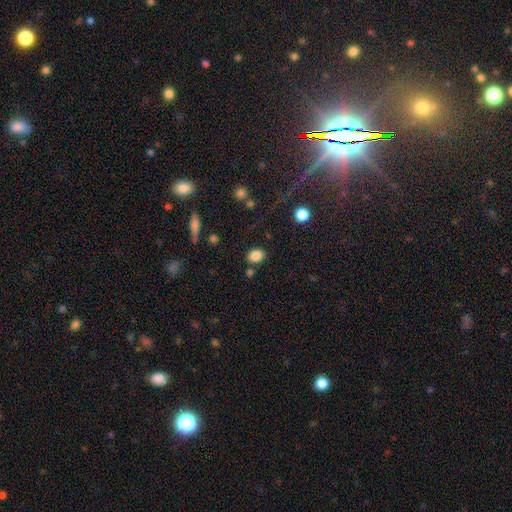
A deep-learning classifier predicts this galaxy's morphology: The model was most divided on "how rounded": in between: 55%, round: 44%, cigar-shaped: 1%. More confident: smooth or featured — smooth (85%); merging — none (80%).